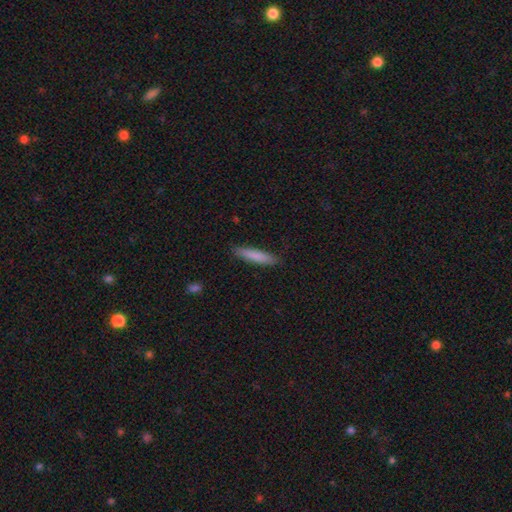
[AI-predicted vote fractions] Overall: smooth (82%). How rounded: cigar-shaped (89%). Merging: none (88%).